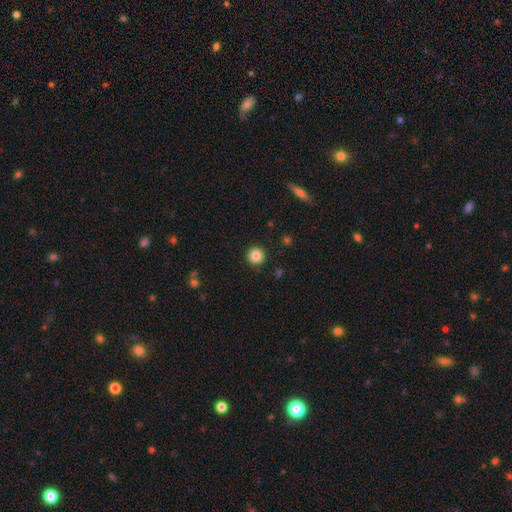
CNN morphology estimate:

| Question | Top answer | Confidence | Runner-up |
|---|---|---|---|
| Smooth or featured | smooth | 85% | star or artifact (10%) |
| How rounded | round | 95% | in between (4%) |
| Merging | none | 92% | minor disturbance (5%) |